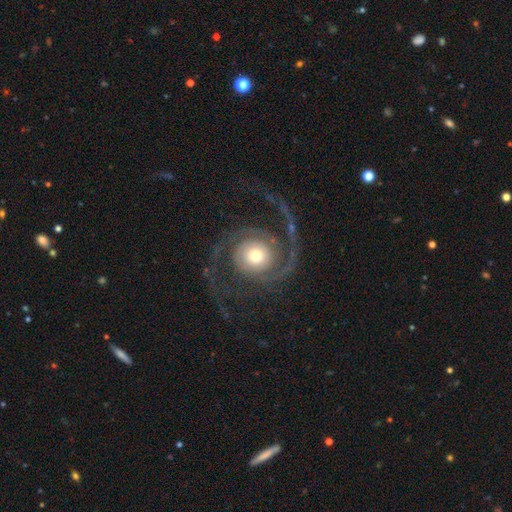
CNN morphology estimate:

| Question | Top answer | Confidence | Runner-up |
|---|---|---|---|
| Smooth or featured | featured or disk | 88% | smooth (7%) |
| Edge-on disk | no | 98% | yes (2%) |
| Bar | no | 78% | weak (15%) |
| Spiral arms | yes | 97% | no (3%) |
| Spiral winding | medium | 43% | tight (31%) |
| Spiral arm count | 2 | 82% | 3 (6%) |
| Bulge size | moderate | 53% | small (24%) |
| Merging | none | 68% | major disturbance (19%) |